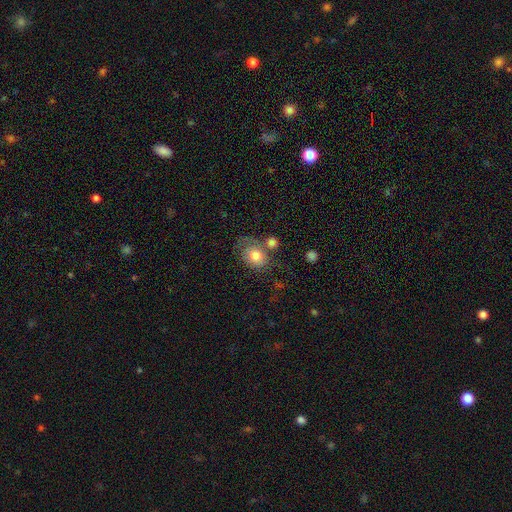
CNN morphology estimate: This is likely a smooth galaxy (69%). How rounded: possibly in between (53%). Merging: possibly none (46%).